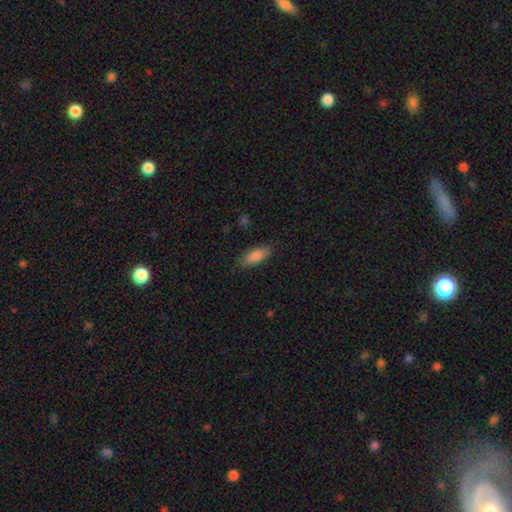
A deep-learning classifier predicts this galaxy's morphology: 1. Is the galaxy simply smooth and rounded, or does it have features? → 87% smooth, 7% star or artifact, 6% featured or disk.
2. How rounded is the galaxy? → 80% in between, 18% cigar-shaped, 2% round.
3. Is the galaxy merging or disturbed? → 86% none, 11% minor disturbance, 3% major disturbance, 1% merger.